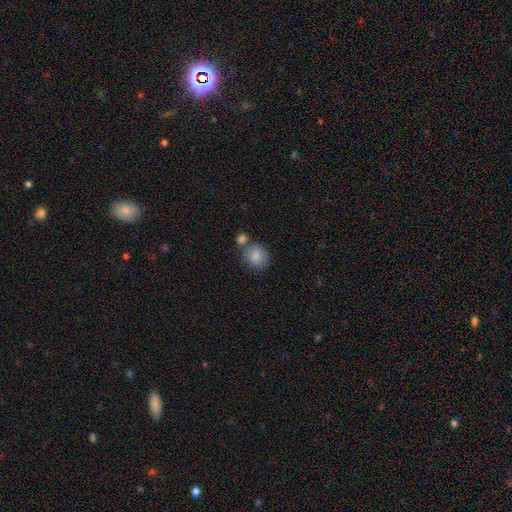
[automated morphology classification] Smooth or featured? Predicted: smooth (p=0.85). How rounded? Predicted: round (p=0.70). Merging? Predicted: none (p=0.56).